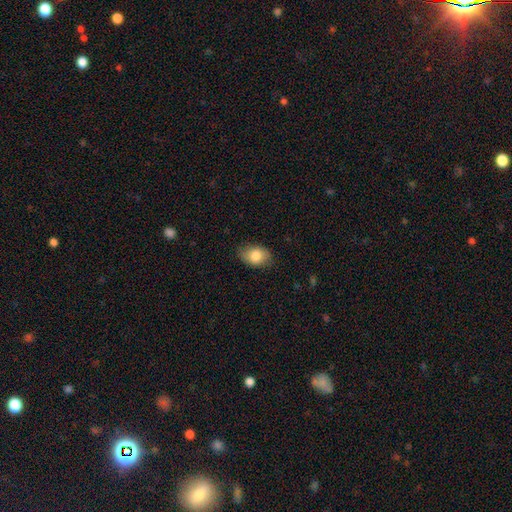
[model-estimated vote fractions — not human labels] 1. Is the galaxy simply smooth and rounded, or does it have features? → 82% smooth, 11% featured or disk, 7% star or artifact.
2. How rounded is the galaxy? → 85% in between, 14% round, 1% cigar-shaped.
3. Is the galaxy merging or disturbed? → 81% none, 15% minor disturbance, 3% major disturbance, 1% merger.